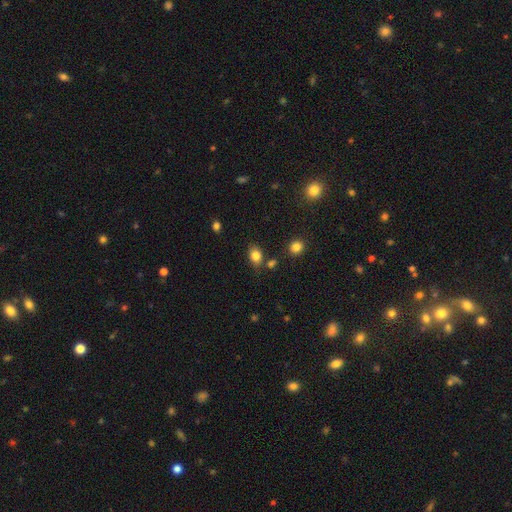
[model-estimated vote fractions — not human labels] smooth_or_featured: smooth (p=0.83) [alt: star or artifact p=0.10]
how_rounded: in between (p=0.69) [alt: round p=0.30]
merging: none (p=0.74) [alt: minor disturbance p=0.15]